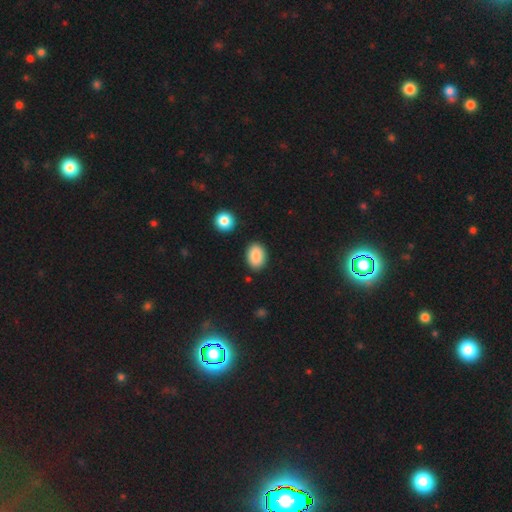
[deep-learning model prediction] Morphology: type=smooth (88%); roundness=in between (81%); merging=none (86%).